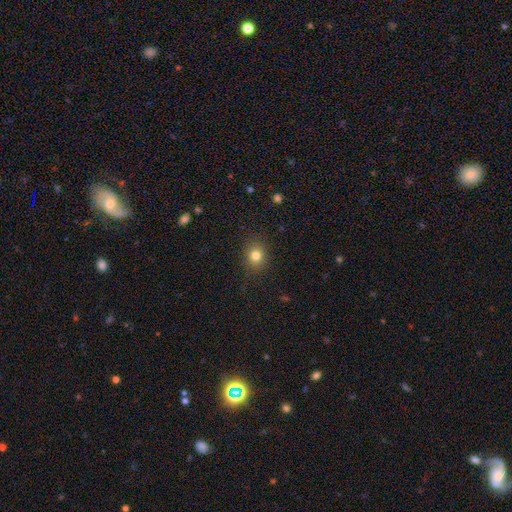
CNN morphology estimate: smooth_or_featured: smooth (p=0.80) [alt: star or artifact p=0.13]
how_rounded: round (p=0.70) [alt: in between p=0.29]
merging: none (p=0.86) [alt: minor disturbance p=0.10]